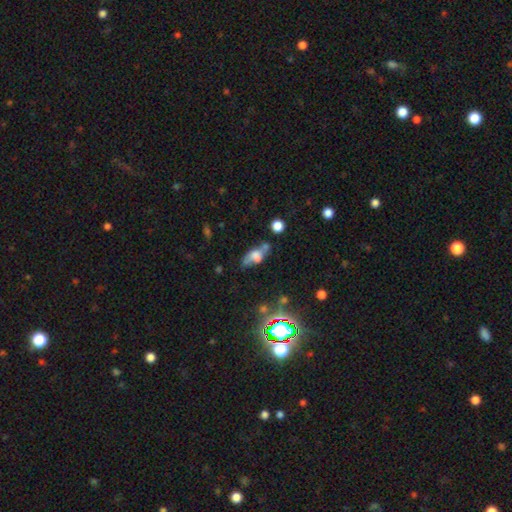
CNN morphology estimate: type=smooth (49%); merging=none (38%).